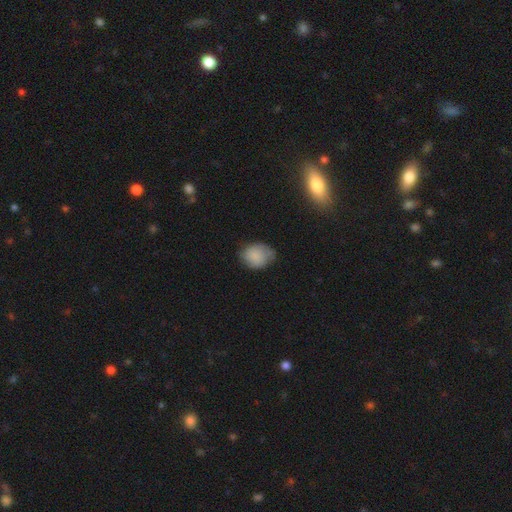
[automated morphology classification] This is likely a smooth galaxy (78%). How rounded: possibly in between (53%). Merging: possibly none (58%).